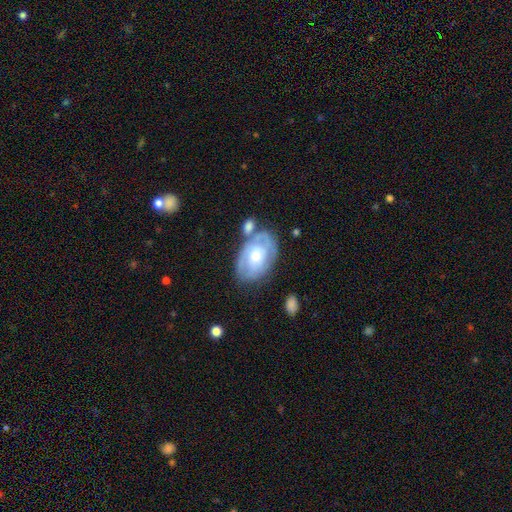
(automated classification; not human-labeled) Q: Smooth or featured?
A: featured or disk (63%); runner-up: smooth (30%)
Q: Edge-on disk?
A: no (94%); runner-up: yes (6%)
Q: Bar?
A: no (75%); runner-up: weak (20%)
Q: Spiral arms?
A: yes (71%); runner-up: no (29%)
Q: Bulge size?
A: moderate (53%); runner-up: small (41%)
Q: Merging?
A: none (56%); runner-up: minor disturbance (21%)